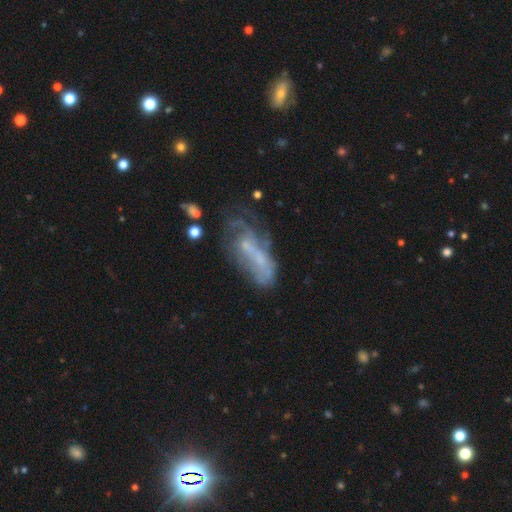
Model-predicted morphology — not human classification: Smooth or featured? Predicted: featured or disk (p=0.58). Edge-on disk? Predicted: no (p=0.87). Bar? Predicted: no (p=0.66). Spiral arms? Predicted: no (p=0.58). Bulge size? Predicted: small (p=0.41). Merging? Predicted: none (p=0.32).